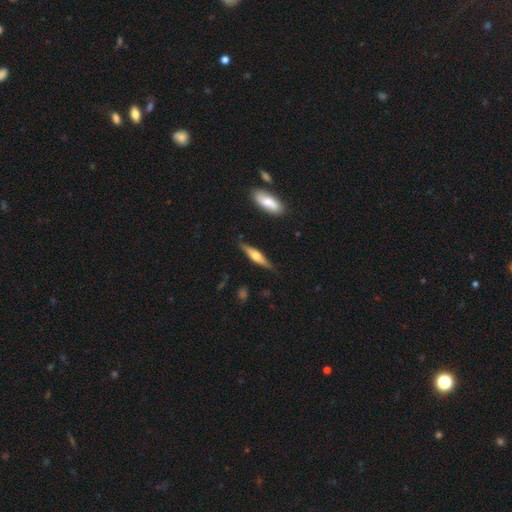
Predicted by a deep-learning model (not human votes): This is possibly a featured or disk galaxy (57%). It is clearly viewed edge-on (94%). Edge-on bulge: clearly rounded (89%). Merging: clearly none (81%).